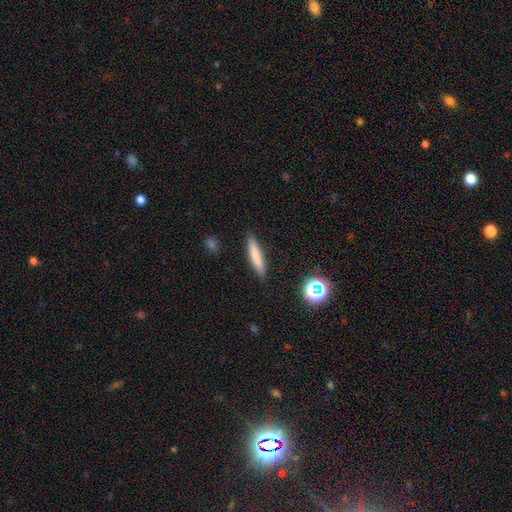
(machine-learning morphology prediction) A smooth galaxy with no disk features (76%) that is cigar-shaped (88%). Merging: none (88%).